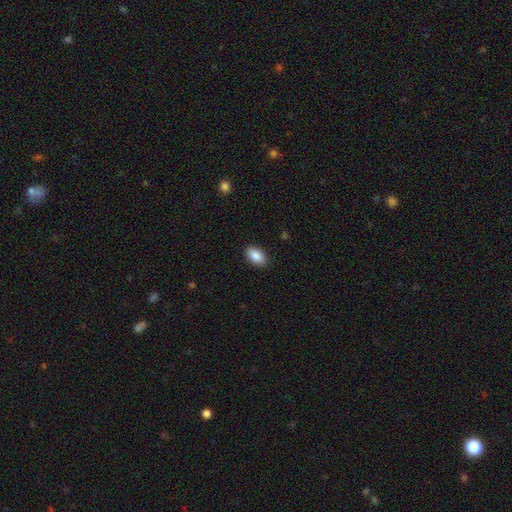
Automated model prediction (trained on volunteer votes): Overall: smooth (89%). How rounded: in between (93%). Merging: none (89%).